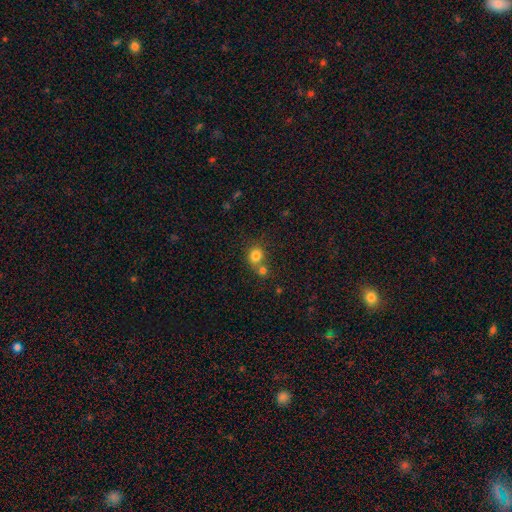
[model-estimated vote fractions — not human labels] A smooth galaxy with no disk features (81%) that is round (74%). Merging: none (48%).